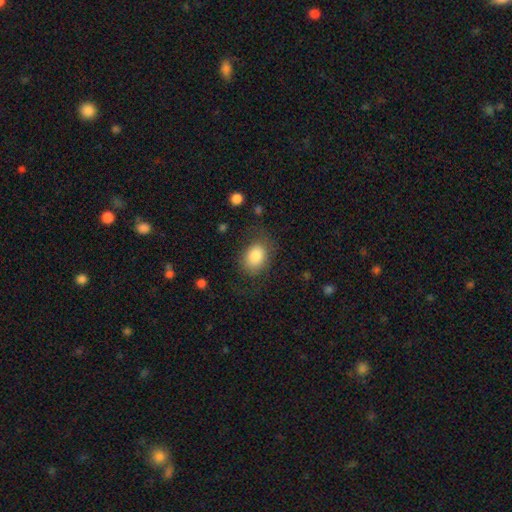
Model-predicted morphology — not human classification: smooth-or-featured: smooth: 83% | featured or disk: 10% | star or artifact: 8%
  how-rounded: in between: 67% | round: 32% | cigar-shaped: 1%
  merging: none: 65% | minor disturbance: 20% | major disturbance: 13% | merger: 2%